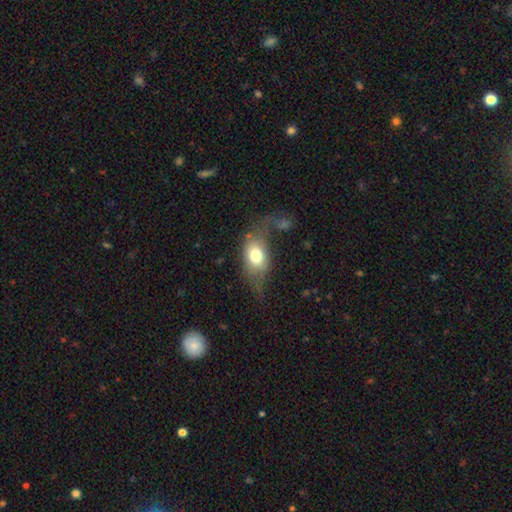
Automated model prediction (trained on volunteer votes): Smooth or featured? Predicted: smooth (p=0.66). How rounded? Predicted: in between (p=0.76). Merging? Predicted: none (p=0.36).